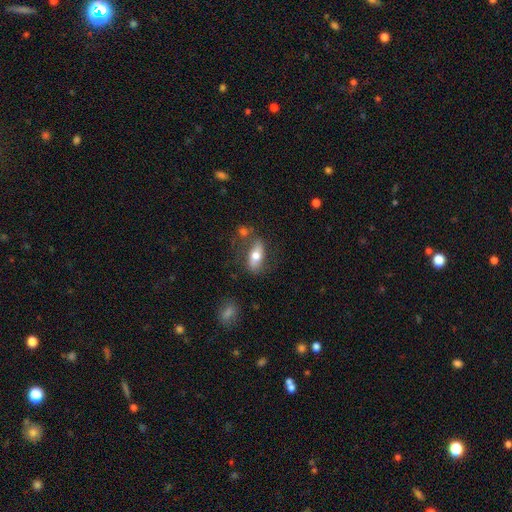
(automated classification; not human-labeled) Q: Smooth or featured?
A: smooth (61%); runner-up: featured or disk (32%)
Q: How rounded?
A: in between (77%); runner-up: cigar-shaped (19%)
Q: Merging?
A: none (64%); runner-up: minor disturbance (19%)